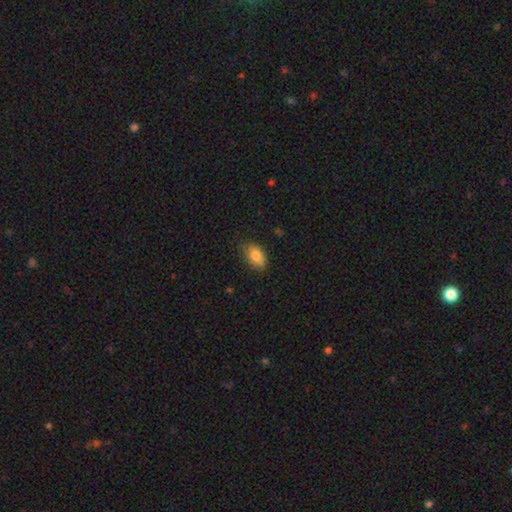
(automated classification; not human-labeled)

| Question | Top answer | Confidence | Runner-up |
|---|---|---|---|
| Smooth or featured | smooth | 81% | featured or disk (11%) |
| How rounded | in between | 90% | round (7%) |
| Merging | none | 78% | minor disturbance (18%) |